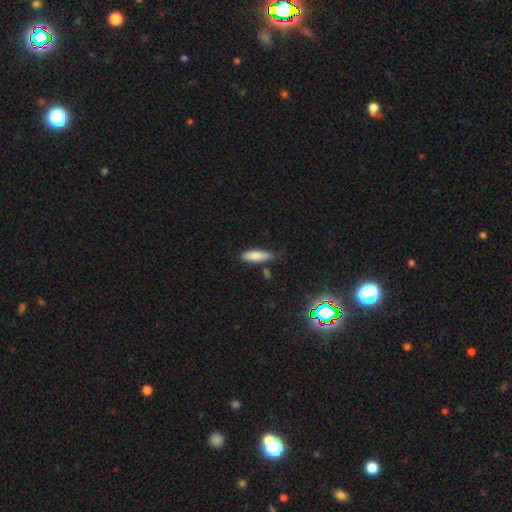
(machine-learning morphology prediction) The model was most divided on "how rounded": cigar-shaped: 50%, in between: 48%, round: 2%. More confident: smooth or featured — smooth (82%); merging — none (75%).